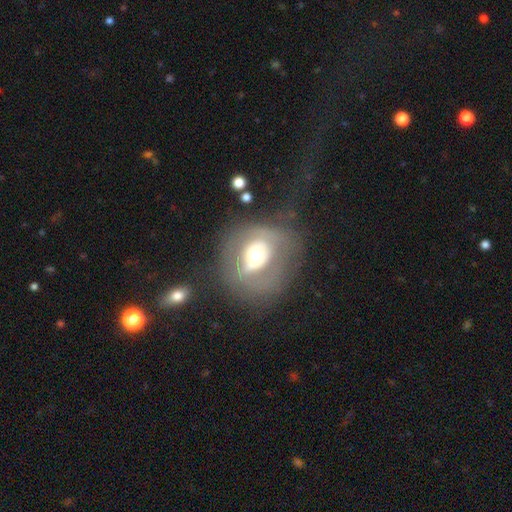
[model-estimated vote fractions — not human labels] Morphology: type=featured or disk (54%); edge-on=no (94%); bar=no (64%); spiral arms=no (70%); bulge=moderate (62%); merging=none (53%).